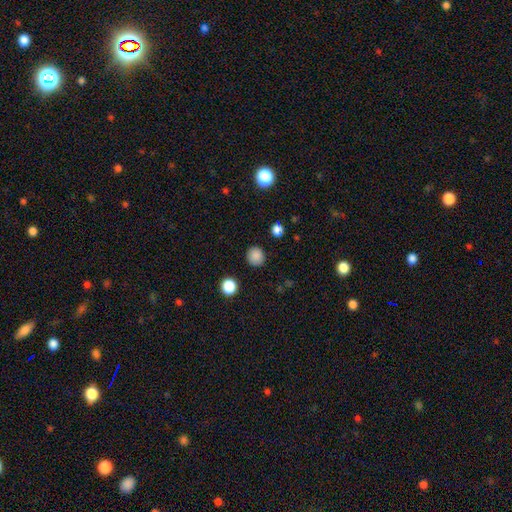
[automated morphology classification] Smooth or featured? Predicted: smooth (p=0.85). How rounded? Predicted: round (p=0.87). Merging? Predicted: none (p=0.88).